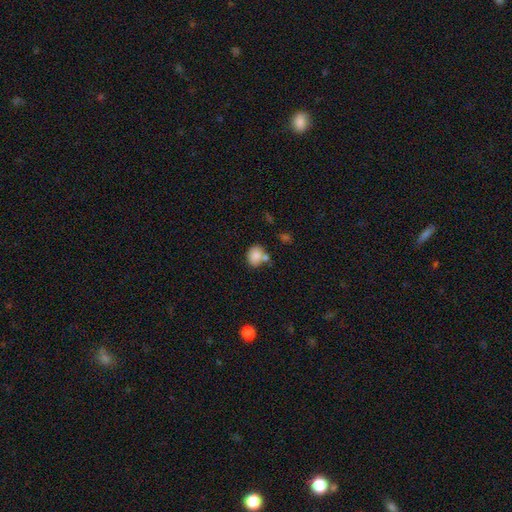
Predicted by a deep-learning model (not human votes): Smooth or featured? smooth (84%)
How rounded? in between (50%)
Merging? none (56%)